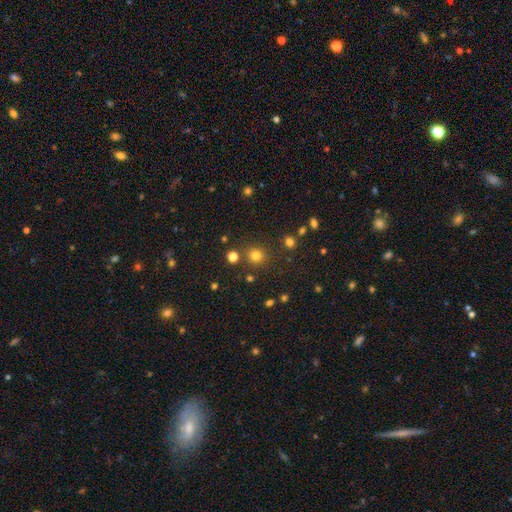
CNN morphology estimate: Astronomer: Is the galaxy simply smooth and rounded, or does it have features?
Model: smooth — 78%.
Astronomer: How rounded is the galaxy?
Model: round — 90%.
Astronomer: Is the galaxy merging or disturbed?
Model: none — 85%.